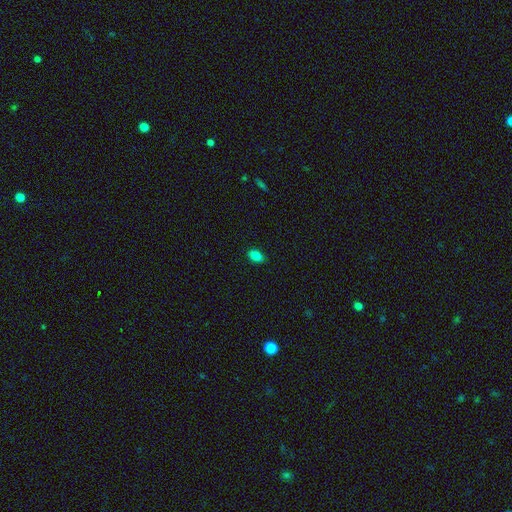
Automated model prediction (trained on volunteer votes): Overall: smooth (85%). How rounded: in between (86%). Merging: none (88%).